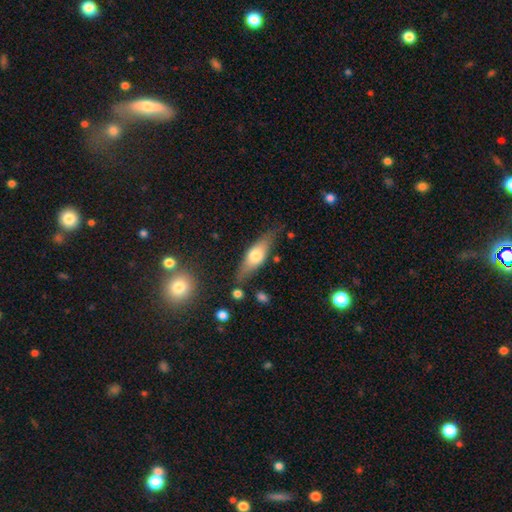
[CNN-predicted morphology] smooth_or_featured: smooth (p=0.54) [alt: featured or disk p=0.39]
how_rounded: in between (p=0.56) [alt: cigar-shaped p=0.41]
merging: none (p=0.74) [alt: minor disturbance p=0.18]